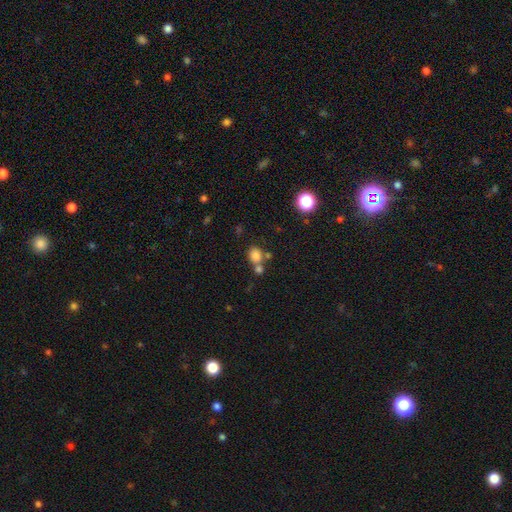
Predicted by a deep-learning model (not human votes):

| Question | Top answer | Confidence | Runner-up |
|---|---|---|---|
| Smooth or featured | smooth | 79% | star or artifact (14%) |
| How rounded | round | 55% | in between (43%) |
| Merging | none | 53% | merger (32%) |